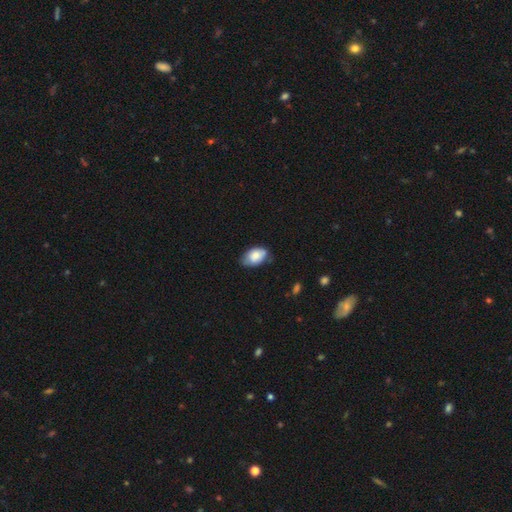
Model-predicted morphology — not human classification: A smooth galaxy with no disk features (77%) that is in between round and cigar-shaped (90%).

Vote fractions:
- Smooth or featured? smooth: 77% / featured or disk: 15% / star or artifact: 7%
- How rounded? in between: 90% / round: 8% / cigar-shaped: 1%
- Merging? none: 63% / minor disturbance: 30% / major disturbance: 5% / merger: 2%